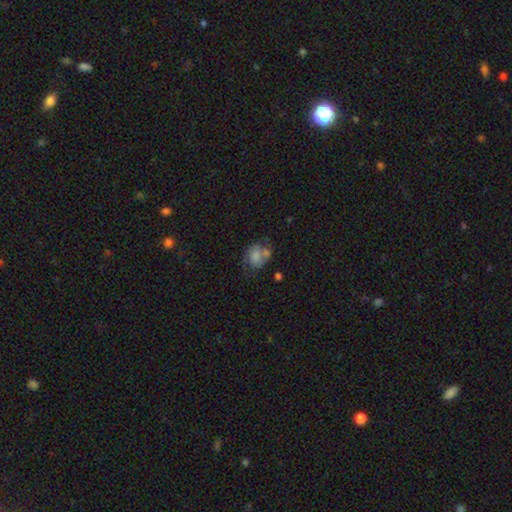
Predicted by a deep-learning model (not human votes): This is possibly a smooth galaxy (46%). Merging: marginally none (43%).